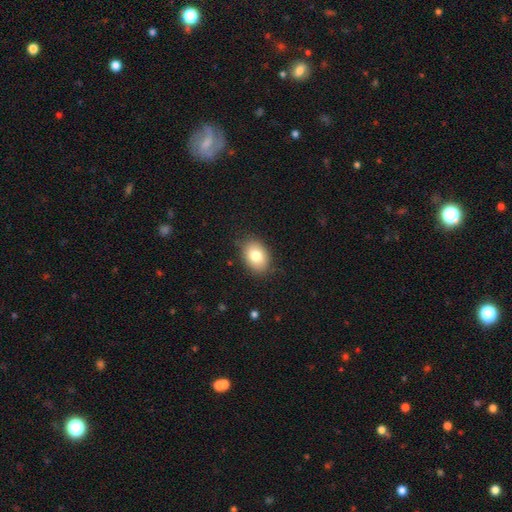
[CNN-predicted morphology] Q: Smooth or featured?
A: smooth (80%); runner-up: featured or disk (12%)
Q: How rounded?
A: in between (78%); runner-up: round (21%)
Q: Merging?
A: none (84%); runner-up: minor disturbance (12%)